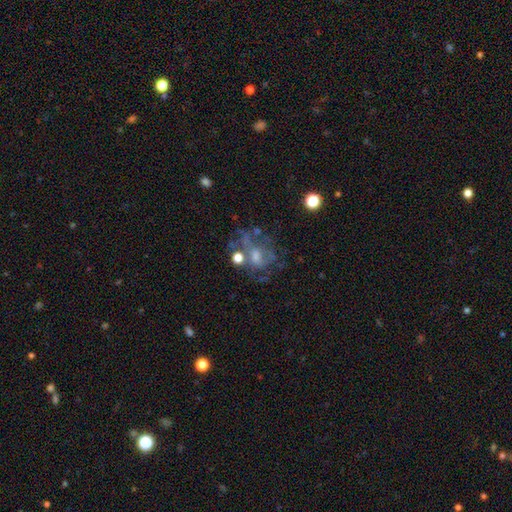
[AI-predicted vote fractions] Smooth or featured? featured or disk (62%)
Edge-on disk? no (97%)
Bar? no (65%)
Spiral arms? no (52%)
Bulge size? moderate (40%)
Merging? none (46%)